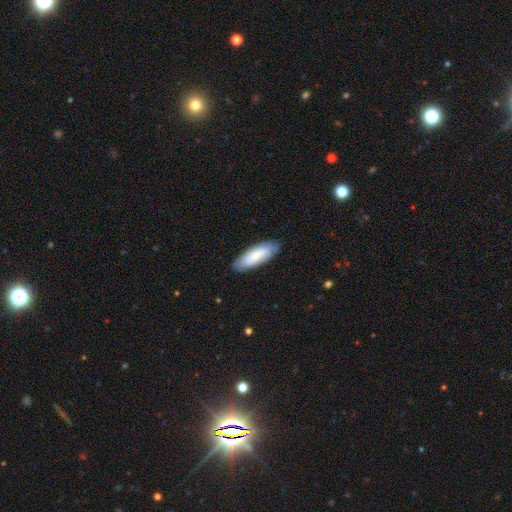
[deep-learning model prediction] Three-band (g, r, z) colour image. It shows a smooth galaxy with no disk features (72%) that is in between round and cigar-shaped (65%). Merging: none (83%).